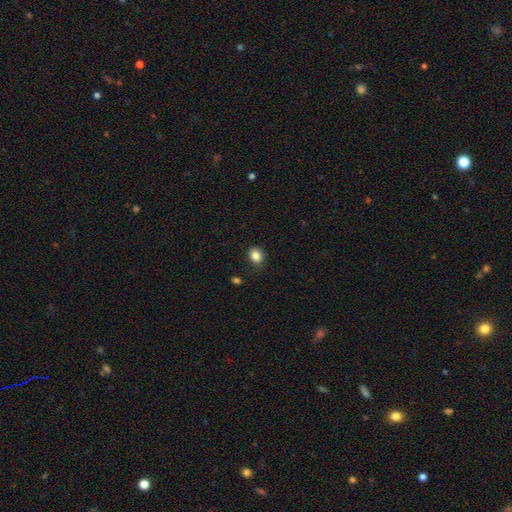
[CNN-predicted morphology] Q: Smooth or featured?
A: smooth (84%); runner-up: star or artifact (10%)
Q: How rounded?
A: round (53%); runner-up: in between (46%)
Q: Merging?
A: none (83%); runner-up: minor disturbance (13%)